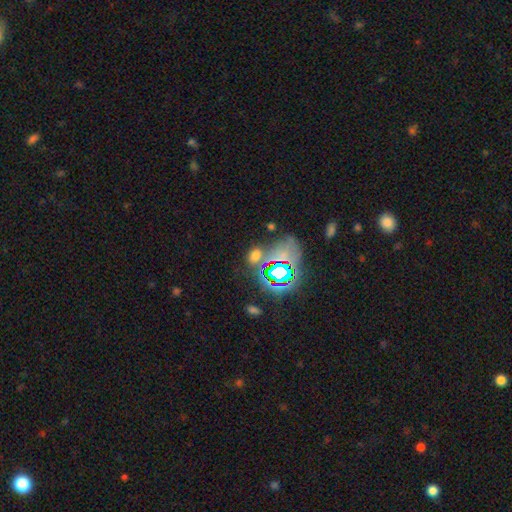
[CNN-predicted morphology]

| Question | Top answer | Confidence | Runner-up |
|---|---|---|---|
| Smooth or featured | smooth | 47% | star or artifact (43%) |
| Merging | none | 60% | merger (16%) |